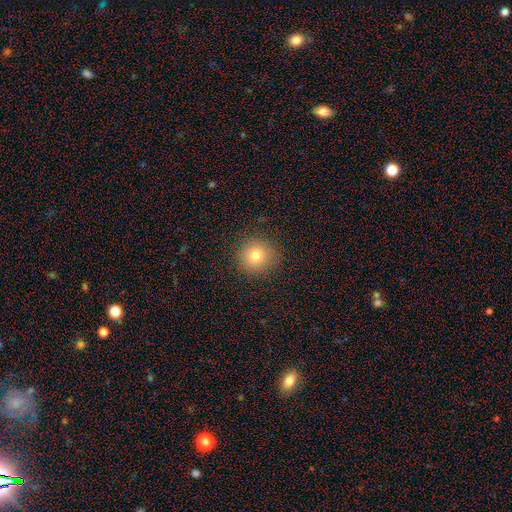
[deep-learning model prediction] Q: Smooth or featured?
A: smooth (78%); runner-up: star or artifact (13%)
Q: How rounded?
A: round (92%); runner-up: in between (7%)
Q: Merging?
A: none (89%); runner-up: minor disturbance (7%)